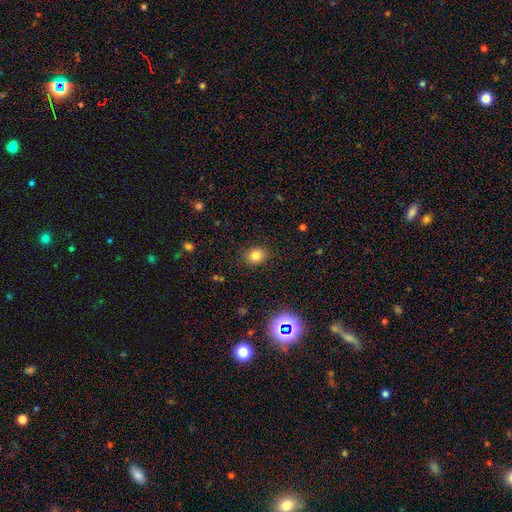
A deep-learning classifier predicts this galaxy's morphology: Q: Smooth or featured?
A: smooth (80%); runner-up: star or artifact (14%)
Q: How rounded?
A: round (61%); runner-up: in between (38%)
Q: Merging?
A: none (86%); runner-up: minor disturbance (10%)